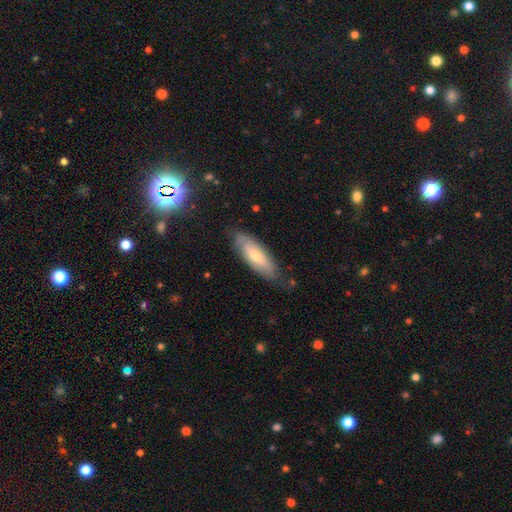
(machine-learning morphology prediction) smooth_or_featured: smooth (p=0.53) [alt: featured or disk p=0.40]
how_rounded: in between (p=0.60) [alt: cigar-shaped p=0.38]
merging: none (p=0.75) [alt: minor disturbance p=0.19]